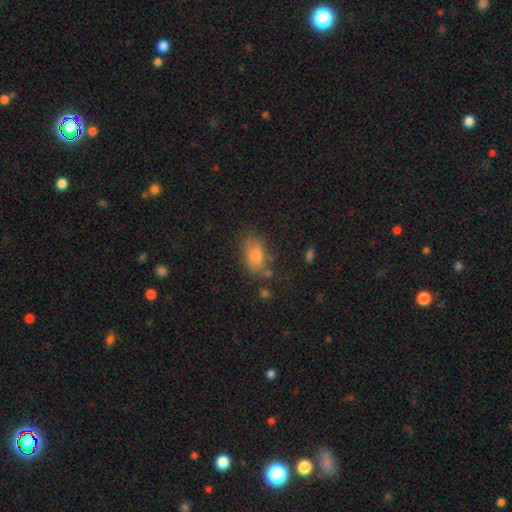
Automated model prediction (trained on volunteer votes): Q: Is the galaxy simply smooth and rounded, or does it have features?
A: smooth — 75%.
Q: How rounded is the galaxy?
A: in between — 87%.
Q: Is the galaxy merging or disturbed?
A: none — 62%.